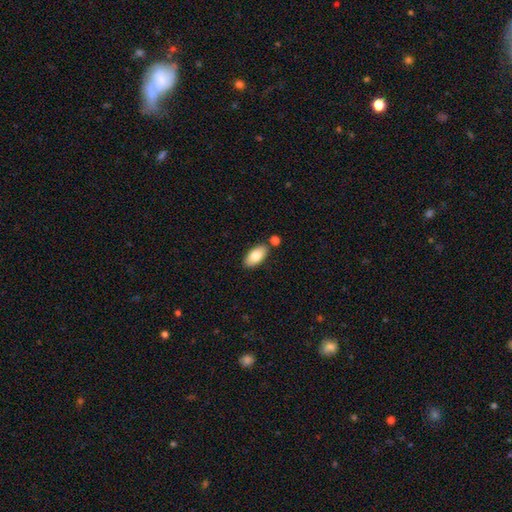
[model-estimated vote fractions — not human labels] This is likely a smooth galaxy (79%). How rounded: clearly in between (92%). Merging: clearly none (80%).